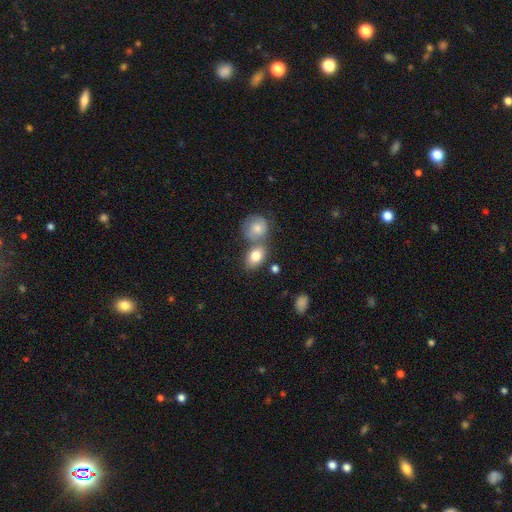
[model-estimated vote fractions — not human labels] Smooth or featured? Predicted: smooth (p=0.79). How rounded? Predicted: in between (p=0.73). Merging? Predicted: none (p=0.45).